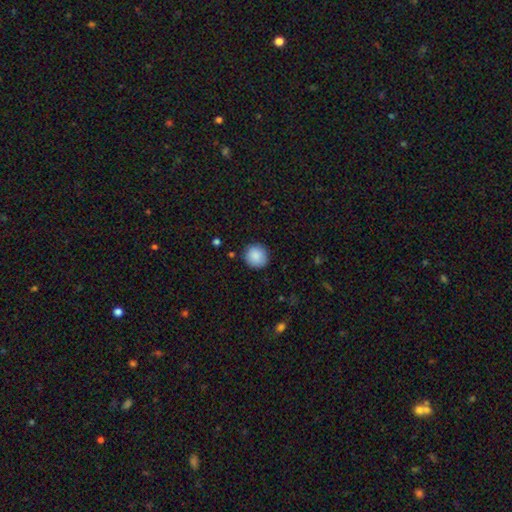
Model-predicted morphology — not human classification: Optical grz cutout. It shows a smooth galaxy with no disk features (89%) that is round (91%). Merging: none (89%).